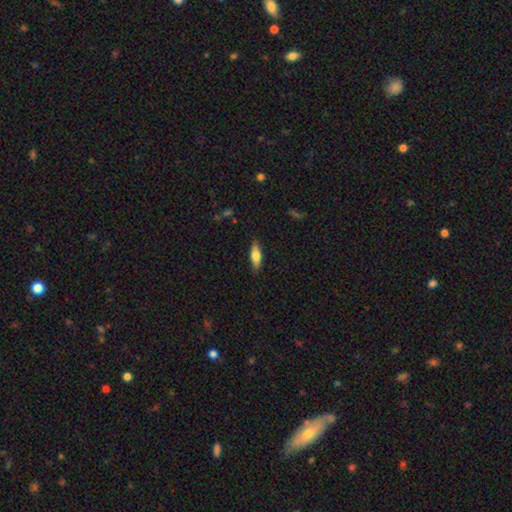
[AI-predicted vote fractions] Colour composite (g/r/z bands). It shows a smooth galaxy with no disk features (66%) that is in between round and cigar-shaped (55%). Merging: none (86%).